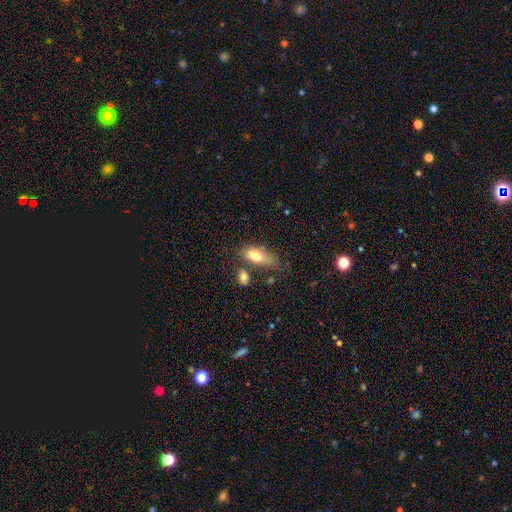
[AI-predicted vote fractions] Q: Smooth or featured?
A: smooth (75%); runner-up: featured or disk (17%)
Q: How rounded?
A: in between (80%); runner-up: cigar-shaped (17%)
Q: Merging?
A: none (44%); runner-up: minor disturbance (27%)